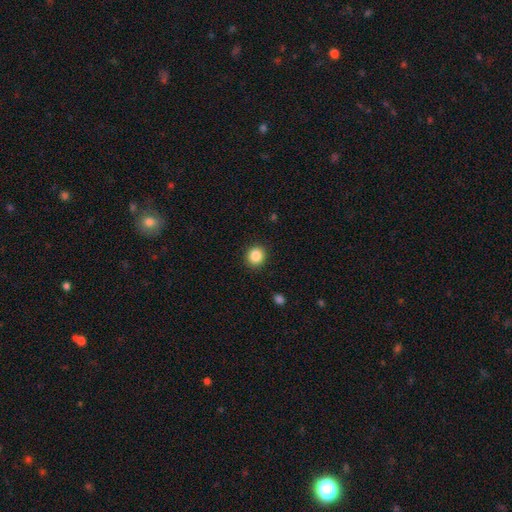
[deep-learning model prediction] Smooth or featured? smooth (87%)
How rounded? round (89%)
Merging? none (91%)